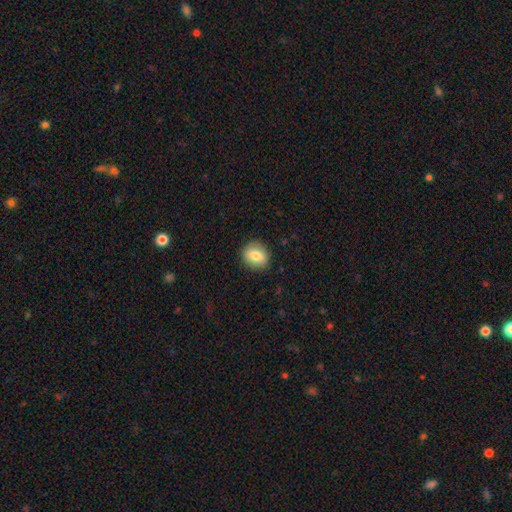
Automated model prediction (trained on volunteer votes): smooth-or-featured: smooth: 78% | featured or disk: 14% | star or artifact: 8%
  how-rounded: round: 64% | in between: 35% | cigar-shaped: 1%
  merging: none: 88% | minor disturbance: 9% | major disturbance: 2% | merger: 1%